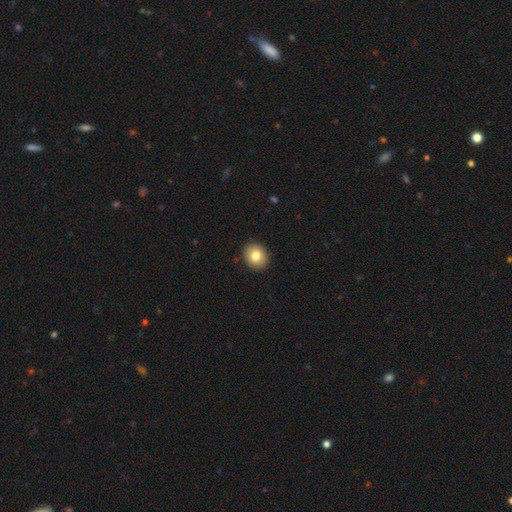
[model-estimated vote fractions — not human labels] smooth_or_featured: smooth (p=0.80) [alt: featured or disk p=0.10]
how_rounded: round (p=0.70) [alt: in between p=0.29]
merging: none (p=0.91) [alt: minor disturbance p=0.06]